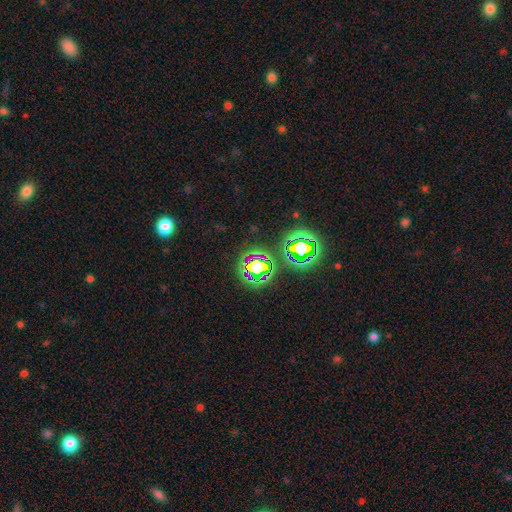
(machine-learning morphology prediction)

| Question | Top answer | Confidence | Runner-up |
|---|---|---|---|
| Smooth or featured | star or artifact | 77% | smooth (15%) |